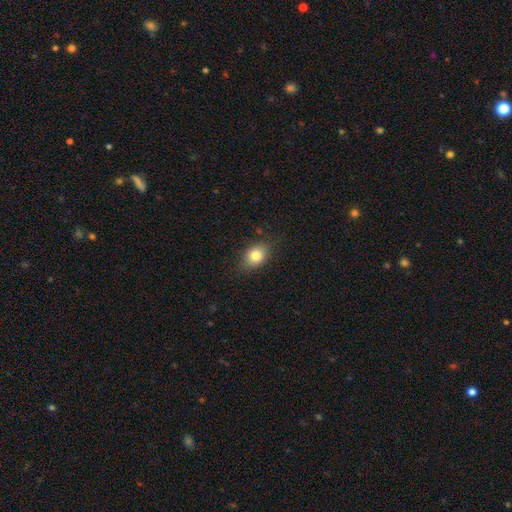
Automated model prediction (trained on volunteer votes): Smooth or featured? Predicted: smooth (p=0.80). How rounded? Predicted: in between (p=0.66). Merging? Predicted: none (p=0.81).